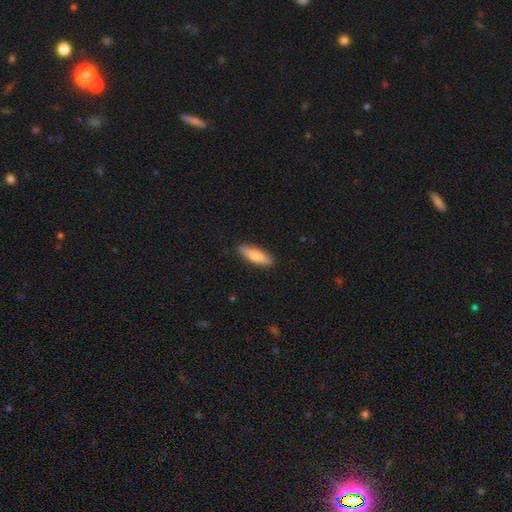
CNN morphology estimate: This appears to be a smooth galaxy with no disk features (76%) that is in between round and cigar-shaped (49%, tied with cigar-shaped). Merging: none (89%).